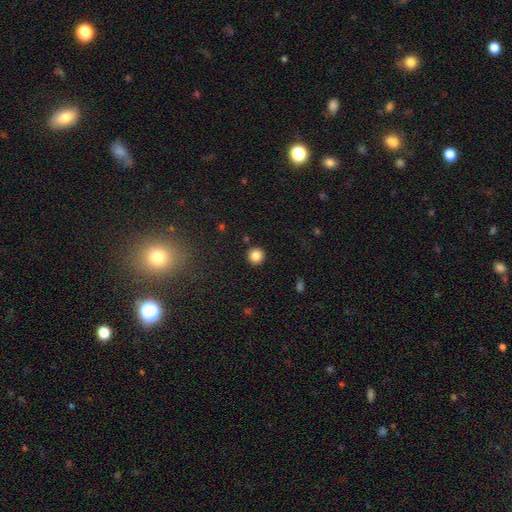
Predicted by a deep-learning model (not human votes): smooth-or-featured: smooth: 85% | star or artifact: 10% | featured or disk: 5%
  how-rounded: round: 95% | in between: 4% | cigar-shaped: 1%
  merging: none: 92% | minor disturbance: 5% | major disturbance: 2% | merger: 2%